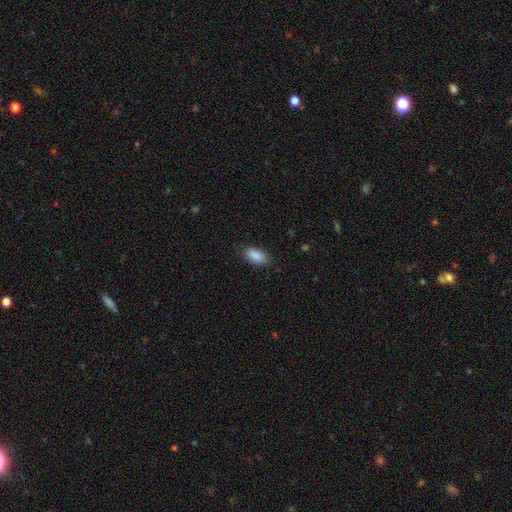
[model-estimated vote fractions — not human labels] The model was most divided on "merging": none: 84%, minor disturbance: 12%, major disturbance: 3%, merger: 1%. More confident: how rounded — in between (91%); smooth or featured — smooth (89%).